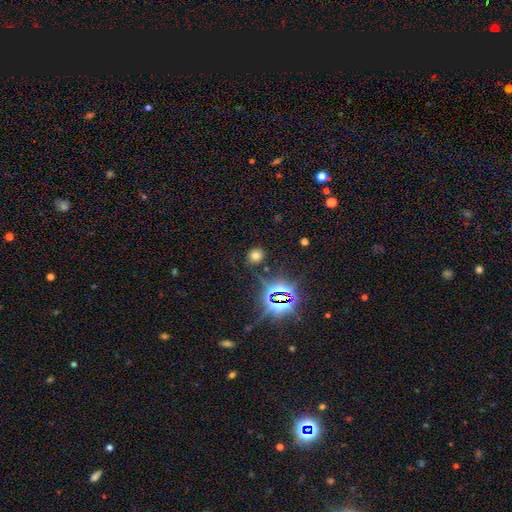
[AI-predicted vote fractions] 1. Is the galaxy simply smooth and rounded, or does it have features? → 63% smooth, 29% star or artifact, 8% featured or disk.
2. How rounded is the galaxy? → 78% round, 21% in between, 1% cigar-shaped.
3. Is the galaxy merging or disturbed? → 85% none, 9% minor disturbance, 3% major disturbance, 3% merger.